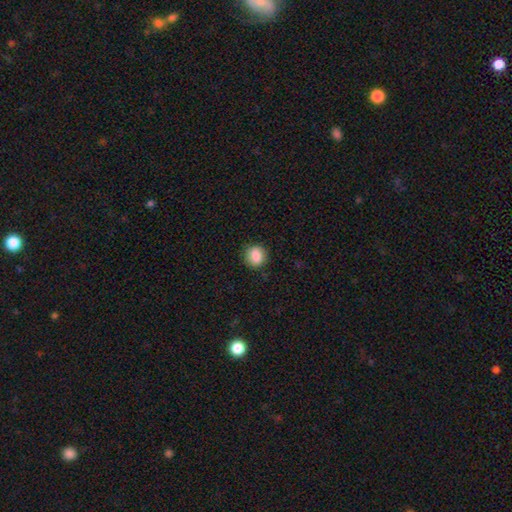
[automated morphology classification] Smooth or featured: smooth — 86% (star or artifact — 9%)
How rounded: round — 79% (in between — 20%)
Merging: none — 86% (minor disturbance — 10%)